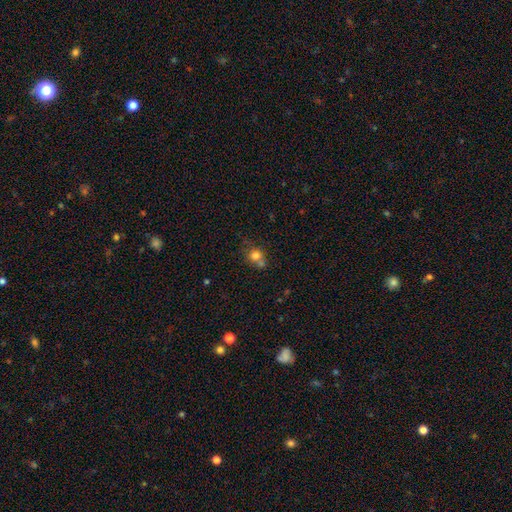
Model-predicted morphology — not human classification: The model was most divided on "merging": none: 46%, merger: 38%, minor disturbance: 11%, major disturbance: 5%. More confident: how rounded — round (82%); smooth or featured — smooth (77%).